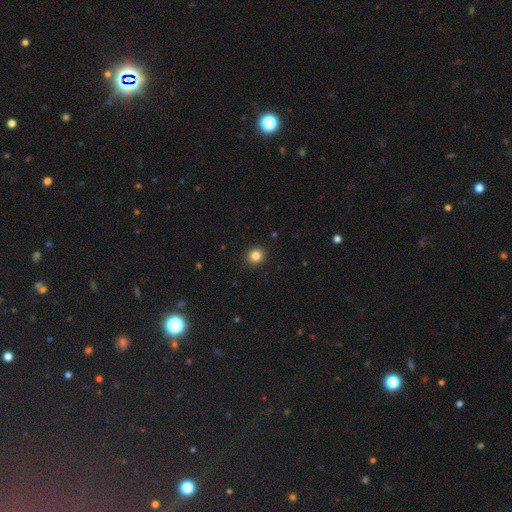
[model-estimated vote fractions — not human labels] Smooth or featured? smooth (84%)
How rounded? round (89%)
Merging? none (92%)